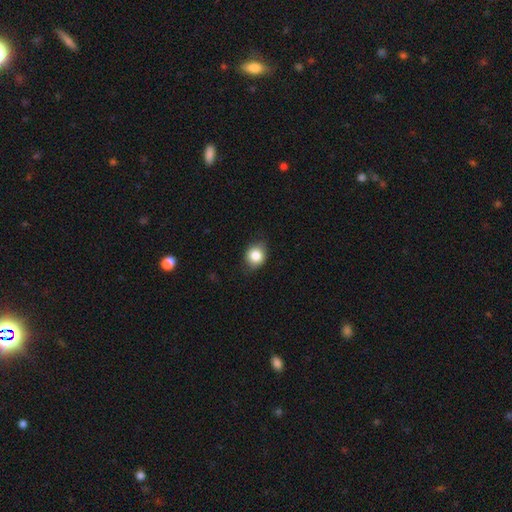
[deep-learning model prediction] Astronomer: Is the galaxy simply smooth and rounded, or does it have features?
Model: smooth — 82%.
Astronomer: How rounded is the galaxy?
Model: round — 65%.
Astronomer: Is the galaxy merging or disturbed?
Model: none — 79%.